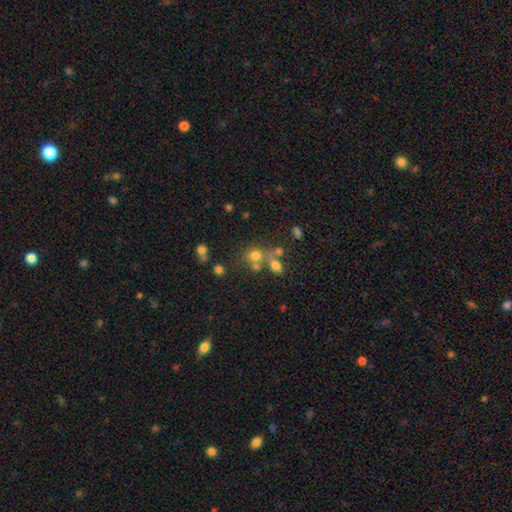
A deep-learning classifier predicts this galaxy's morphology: Smooth or featured?
  - smooth: 67% *
  - star or artifact: 20%
  - featured or disk: 12%
How rounded?
  - round: 81% *
  - in between: 18%
  - cigar-shaped: 1%
Merging?
  - none: 52% *
  - merger: 31%
  - minor disturbance: 11%
  - major disturbance: 7%